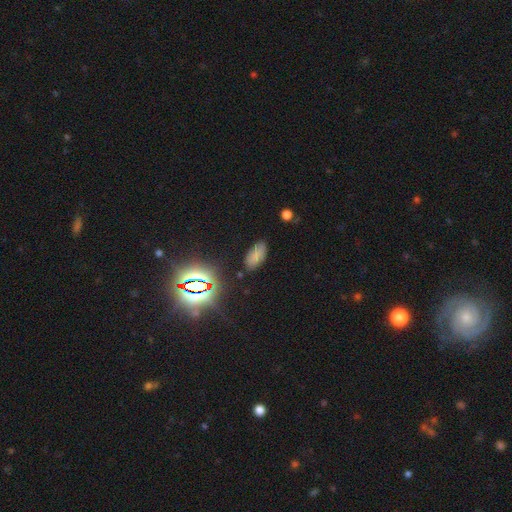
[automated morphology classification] A smooth galaxy with no disk features (73%) that is in between round and cigar-shaped (91%).

Vote fractions:
- Smooth or featured? smooth: 73% / star or artifact: 18% / featured or disk: 9%
- How rounded? in between: 91% / cigar-shaped: 5% / round: 3%
- Merging? none: 81% / minor disturbance: 13% / major disturbance: 4% / merger: 2%